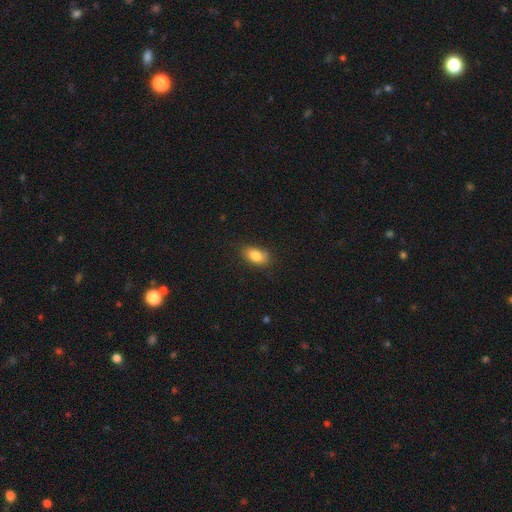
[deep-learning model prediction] This appears to be a smooth galaxy with no disk features (84%) that is in between round and cigar-shaped (89%). Merging: none (72%).